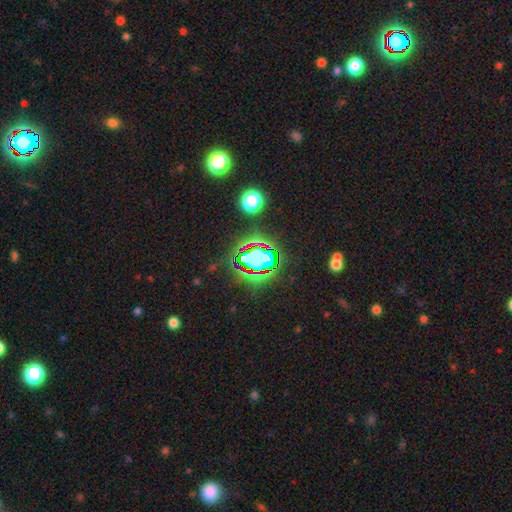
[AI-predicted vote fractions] This is likely a star or artifact rather than a galaxy (78%).